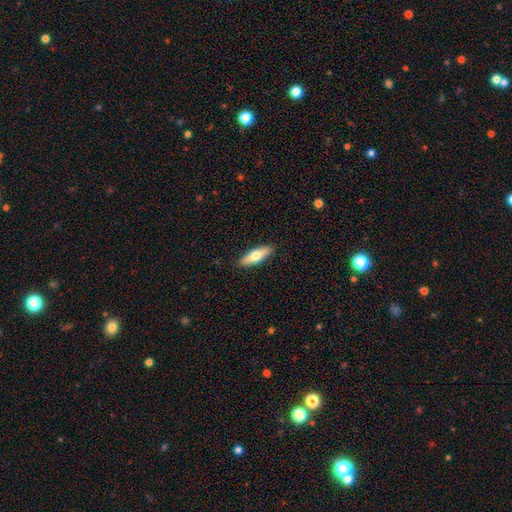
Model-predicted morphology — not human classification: Smooth or featured?
  - smooth: 63% *
  - featured or disk: 31%
  - star or artifact: 6%
How rounded?
  - in between: 51% *
  - cigar-shaped: 47%
  - round: 2%
Merging?
  - none: 90% *
  - minor disturbance: 8%
  - major disturbance: 2%
  - merger: 1%